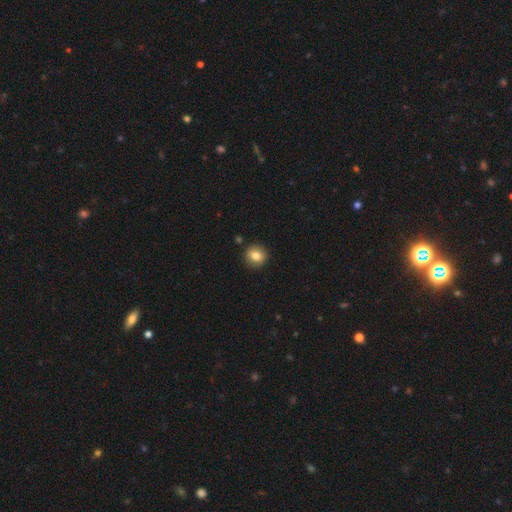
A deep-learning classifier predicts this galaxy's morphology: smooth 82%, star or artifact 9%, featured or disk 8%. Down the decision tree: how rounded — round (87%); merging — none (90%).